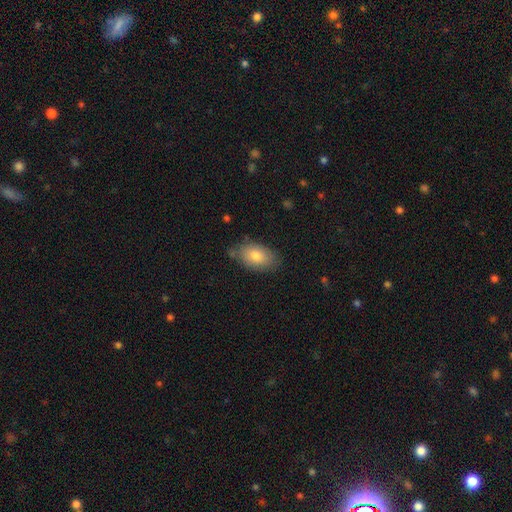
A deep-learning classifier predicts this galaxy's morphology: smooth_or_featured: smooth (p=0.80) [alt: featured or disk p=0.13]
how_rounded: in between (p=0.91) [alt: round p=0.07]
merging: none (p=0.75) [alt: minor disturbance p=0.19]